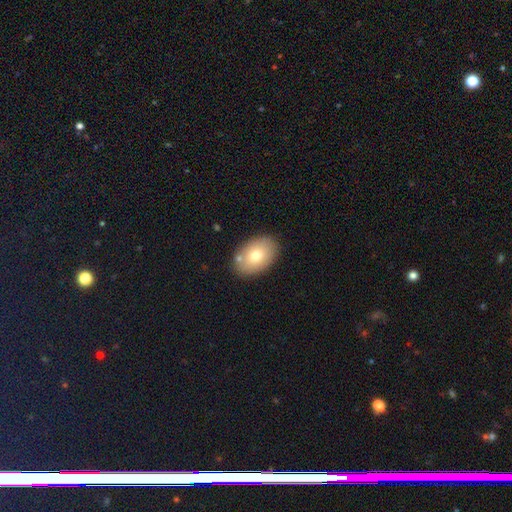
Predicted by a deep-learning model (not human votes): This appears to be a smooth galaxy with no disk features (75%) that is in between round and cigar-shaped (89%). Merging: none (82%).